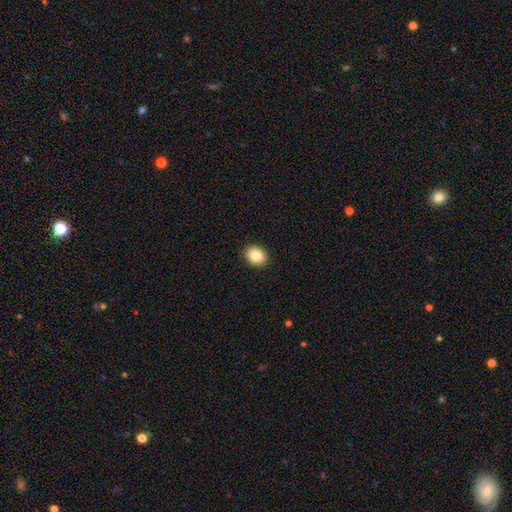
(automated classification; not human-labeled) Smooth or featured? Predicted: smooth (p=0.84). How rounded? Predicted: in between (p=0.51). Merging? Predicted: none (p=0.91).